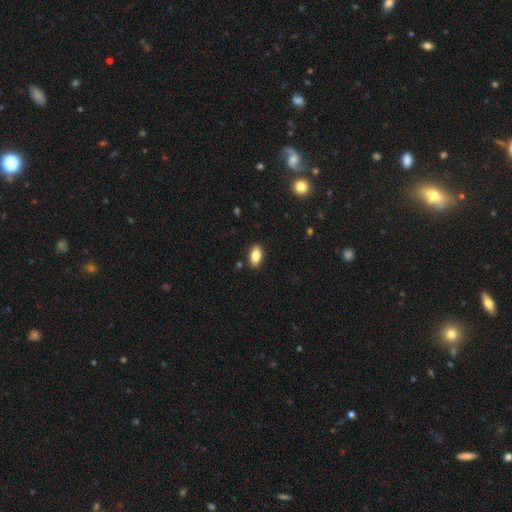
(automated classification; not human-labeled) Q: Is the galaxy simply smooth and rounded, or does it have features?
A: smooth — 80%.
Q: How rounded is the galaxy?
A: in between — 90%.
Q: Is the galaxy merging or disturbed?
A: none — 87%.